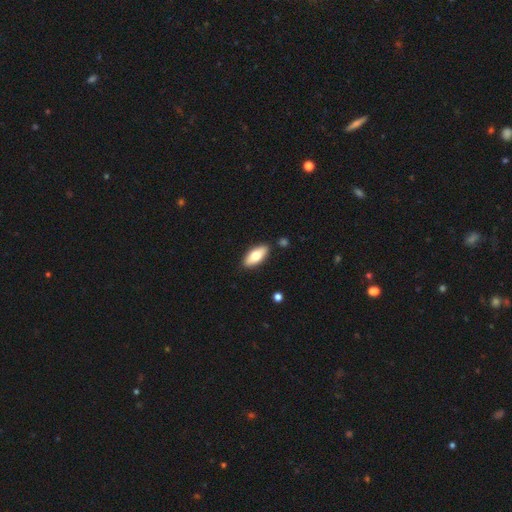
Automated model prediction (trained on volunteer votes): smooth-or-featured: smooth: 72% | featured or disk: 22% | star or artifact: 6%
  how-rounded: in between: 80% | cigar-shaped: 18% | round: 2%
  merging: none: 87% | minor disturbance: 9% | merger: 3% | major disturbance: 2%